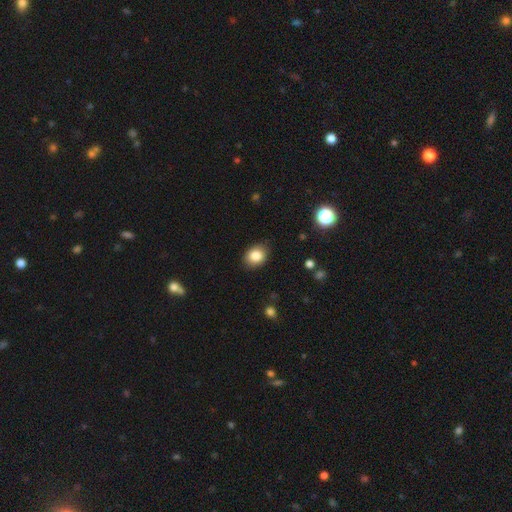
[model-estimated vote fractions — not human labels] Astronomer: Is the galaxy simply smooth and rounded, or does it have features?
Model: smooth — 84%.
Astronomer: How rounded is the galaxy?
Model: in between — 56% (runner-up: round, 43%).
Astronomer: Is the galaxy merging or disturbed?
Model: none — 82%.